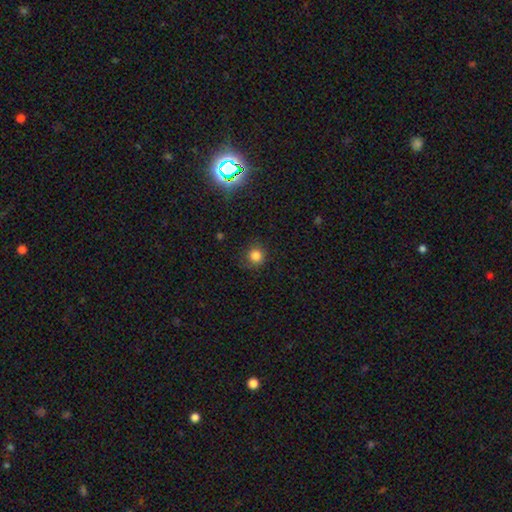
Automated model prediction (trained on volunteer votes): smooth-or-featured: smooth: 82% | star or artifact: 13% | featured or disk: 5%
  how-rounded: round: 91% | in between: 8% | cigar-shaped: 1%
  merging: none: 81% | minor disturbance: 13% | major disturbance: 5% | merger: 1%